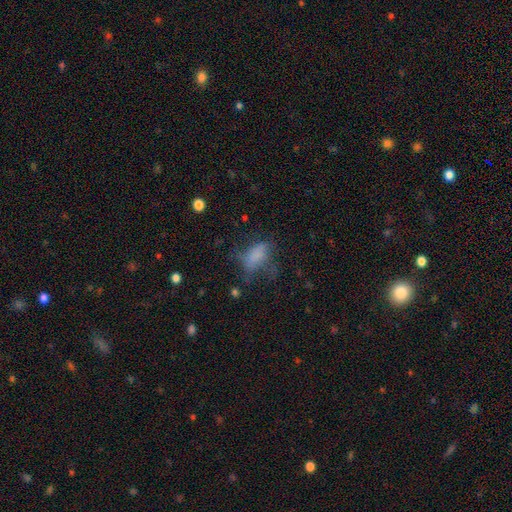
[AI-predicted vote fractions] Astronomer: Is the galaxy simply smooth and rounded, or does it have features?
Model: smooth — 64%.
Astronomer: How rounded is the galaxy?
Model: in between — 85%.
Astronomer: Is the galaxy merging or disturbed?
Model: none — 36% (runner-up: major disturbance, 35%).